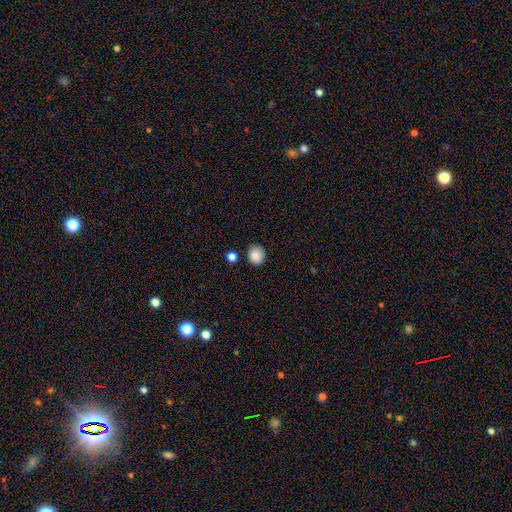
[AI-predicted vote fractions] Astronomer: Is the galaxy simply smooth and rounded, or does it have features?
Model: smooth — 86%.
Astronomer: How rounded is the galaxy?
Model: round — 85%.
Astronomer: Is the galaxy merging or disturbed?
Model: none — 82%.